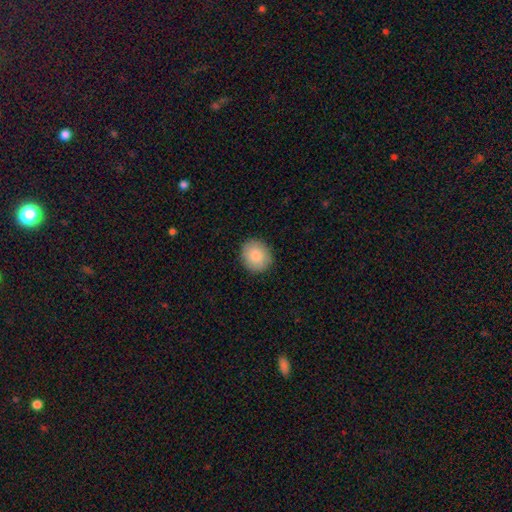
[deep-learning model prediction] Smooth or featured? Predicted: smooth (p=0.85). How rounded? Predicted: round (p=0.80). Merging? Predicted: none (p=0.90).